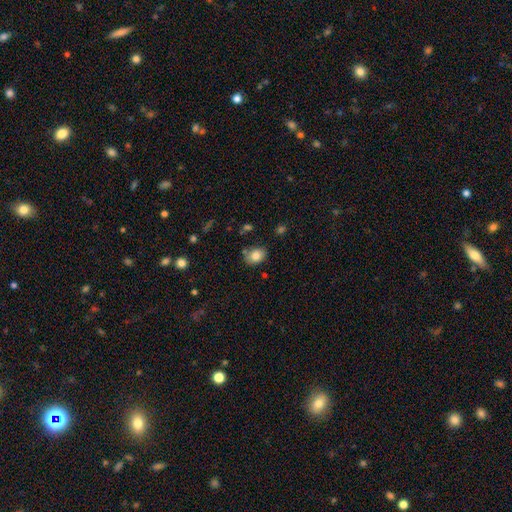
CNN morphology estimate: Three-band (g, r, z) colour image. It shows a smooth galaxy with no disk features (82%) that is in between round and cigar-shaped (62%). Merging: none (74%).